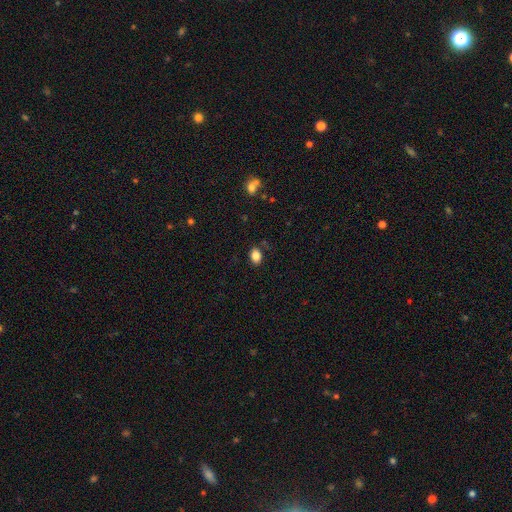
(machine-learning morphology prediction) A smooth galaxy with no disk features (85%) that is in between round and cigar-shaped (80%). Merging: none (83%).